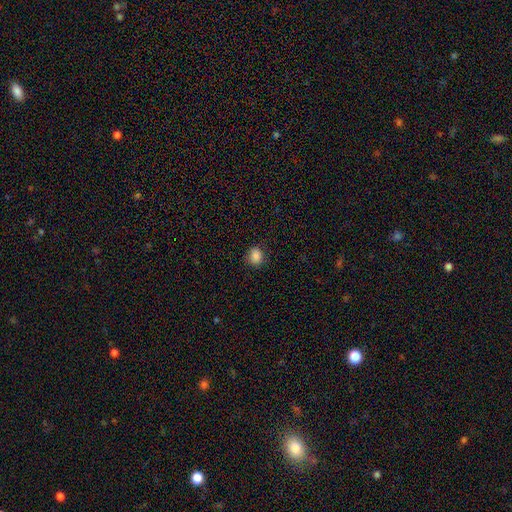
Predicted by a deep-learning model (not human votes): Smooth or featured: smooth — 86% (star or artifact — 10%)
How rounded: round — 65% (in between — 34%)
Merging: none — 86% (minor disturbance — 10%)